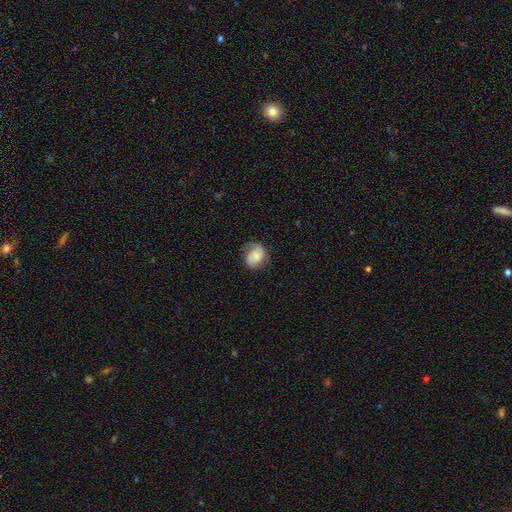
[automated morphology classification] The model was most divided on "smooth or featured": featured or disk: 47%, smooth: 45%, star or artifact: 8%. More confident: merging — none (63%).